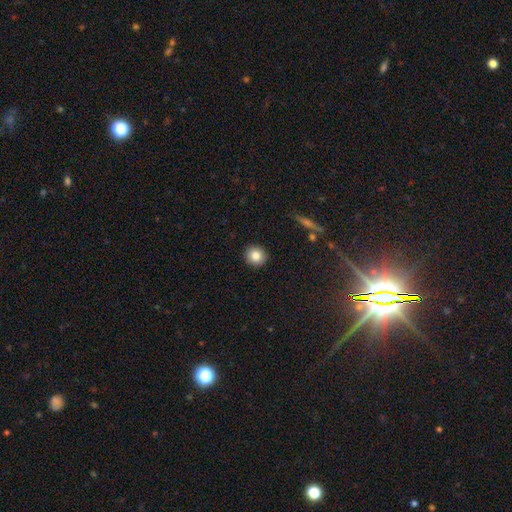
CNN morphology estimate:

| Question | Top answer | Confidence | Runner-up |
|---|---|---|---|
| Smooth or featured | smooth | 83% | star or artifact (9%) |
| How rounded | round | 90% | in between (9%) |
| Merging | none | 92% | minor disturbance (6%) |